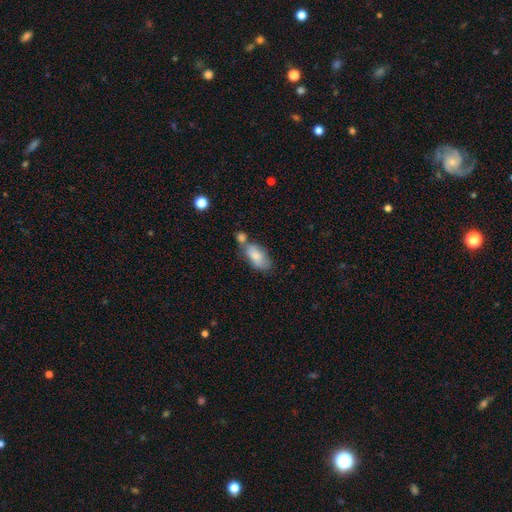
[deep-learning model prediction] The model was most divided on "merging": none: 39%, merger: 36%, minor disturbance: 18%, major disturbance: 7%. More confident: how rounded — in between (90%); smooth or featured — smooth (79%).